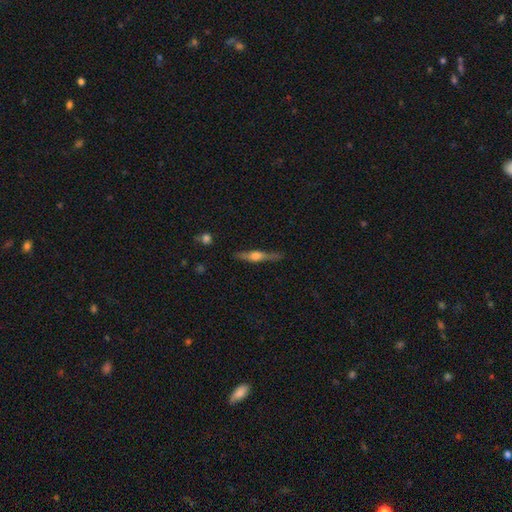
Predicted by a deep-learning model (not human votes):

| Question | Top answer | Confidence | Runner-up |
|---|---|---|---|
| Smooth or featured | featured or disk | 72% | smooth (22%) |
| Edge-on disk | yes | 97% | no (3%) |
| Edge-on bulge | rounded | 88% | boxy (9%) |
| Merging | none | 86% | minor disturbance (10%) |